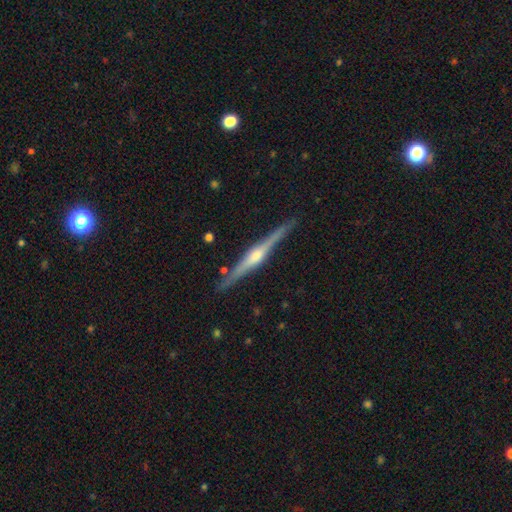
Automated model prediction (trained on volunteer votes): This appears to be a featured or disk galaxy (86%) viewed edge-on (98%) with a rounded central bulge (83%). Merging: none (91%).